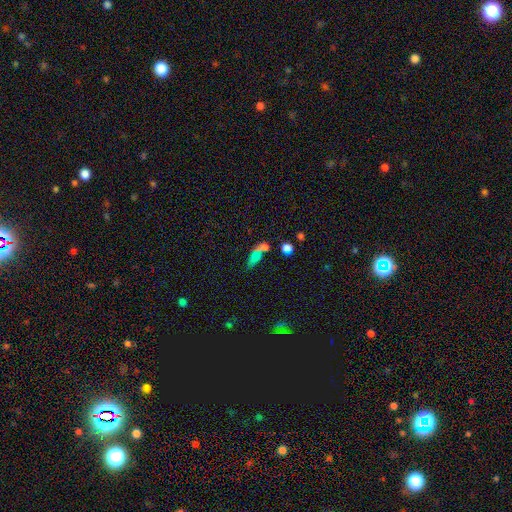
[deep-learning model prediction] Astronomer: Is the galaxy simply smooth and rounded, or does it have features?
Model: smooth — 62%.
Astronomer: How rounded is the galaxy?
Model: in between — 61%.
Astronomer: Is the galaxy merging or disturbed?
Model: none — 40% (runner-up: merger, 36%).